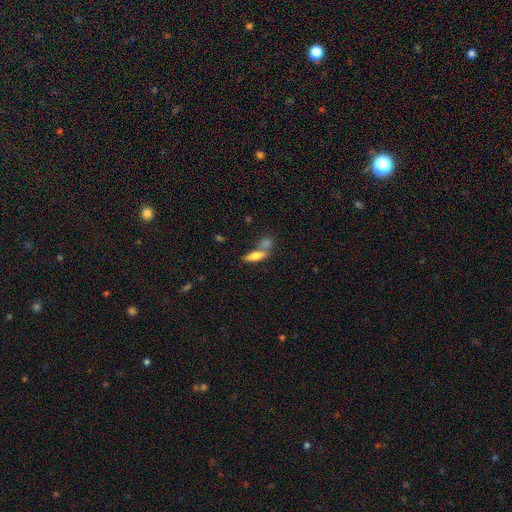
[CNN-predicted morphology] Smooth or featured: smooth — 67% (featured or disk — 24%)
How rounded: in between — 53% (cigar-shaped — 43%)
Merging: none — 46% (merger — 36%)